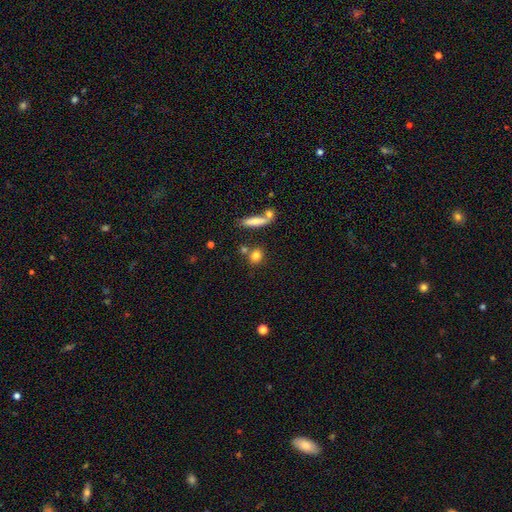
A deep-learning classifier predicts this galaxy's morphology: A smooth galaxy with no disk features (79%) that is round (63%). Merging: none (66%).